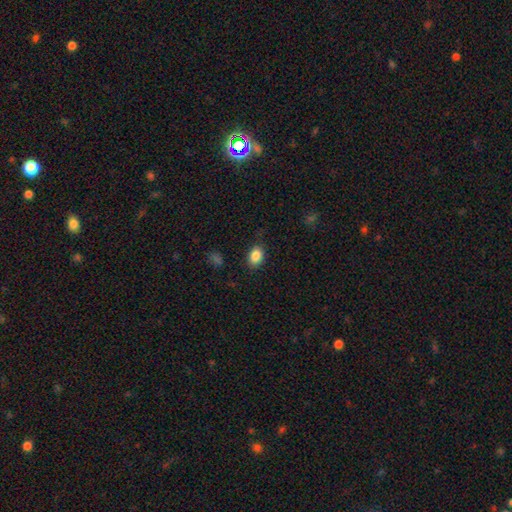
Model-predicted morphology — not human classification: A smooth galaxy with no disk features (86%) that is in between round and cigar-shaped (75%).

Vote fractions:
- Smooth or featured? smooth: 86% / star or artifact: 9% / featured or disk: 5%
- How rounded? in between: 75% / round: 24% / cigar-shaped: 1%
- Merging? none: 80% / minor disturbance: 14% / major disturbance: 4% / merger: 1%